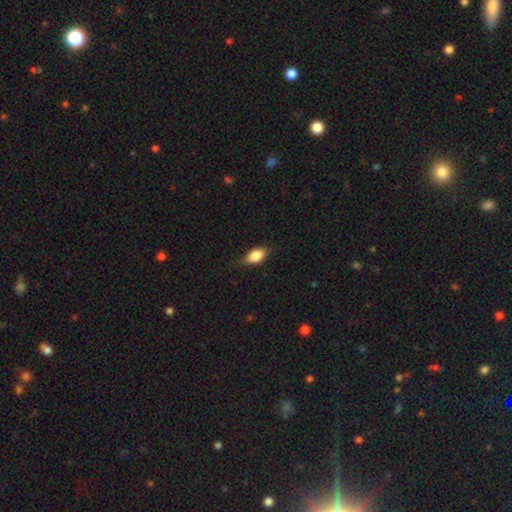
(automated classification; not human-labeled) Smooth or featured? Predicted: smooth (p=0.78). How rounded? Predicted: in between (p=0.85). Merging? Predicted: none (p=0.73).